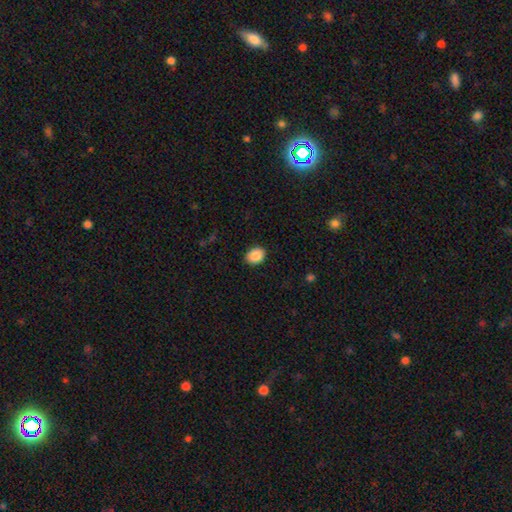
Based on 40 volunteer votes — This appears to be a smooth galaxy with no disk features (85%) that is in between round and cigar-shaped (68%). Merging: none (86%).